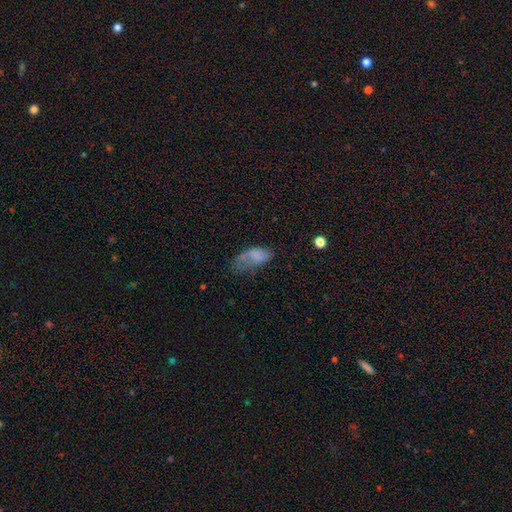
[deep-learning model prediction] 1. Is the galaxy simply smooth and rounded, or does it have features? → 70% smooth, 21% featured or disk, 10% star or artifact.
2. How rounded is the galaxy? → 91% in between, 5% cigar-shaped, 4% round.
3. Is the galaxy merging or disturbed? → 36% major disturbance, 31% minor disturbance, 30% none, 4% merger.